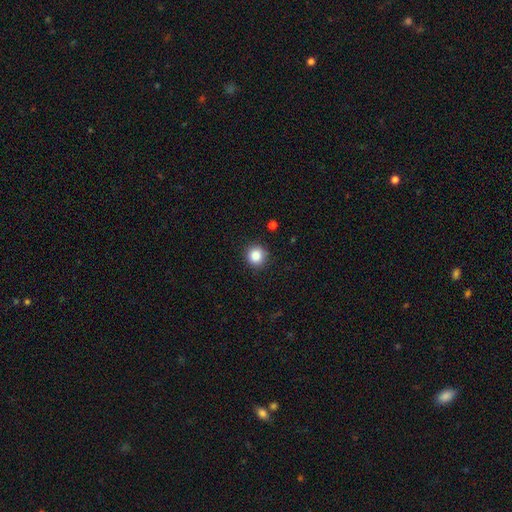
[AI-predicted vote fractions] A smooth galaxy with no disk features (85%) that is round (92%).

Vote fractions:
- Smooth or featured? smooth: 85% / star or artifact: 10% / featured or disk: 5%
- How rounded? round: 92% / in between: 7% / cigar-shaped: 1%
- Merging? none: 90% / minor disturbance: 7% / major disturbance: 2% / merger: 1%